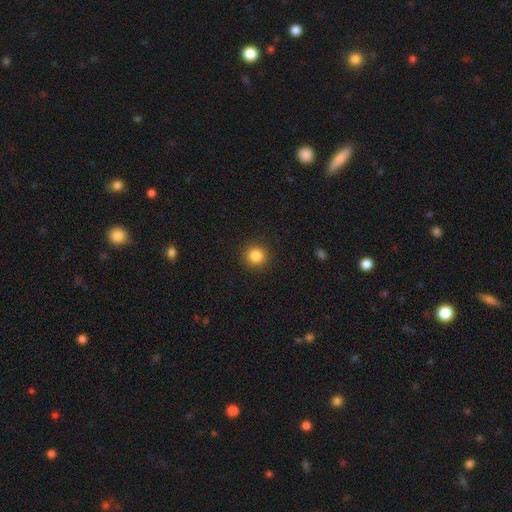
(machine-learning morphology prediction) Smooth or featured? Predicted: smooth (p=0.86). How rounded? Predicted: round (p=0.90). Merging? Predicted: none (p=0.91).